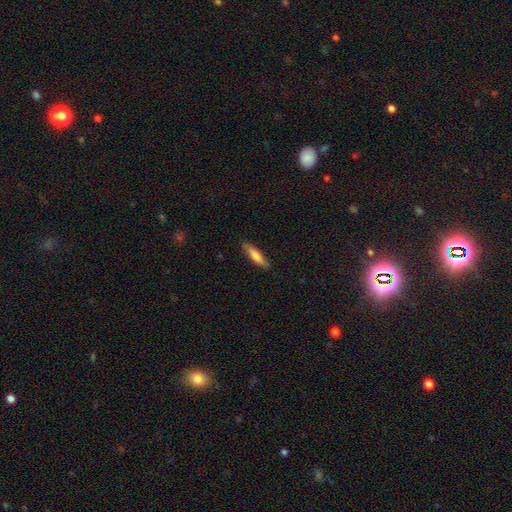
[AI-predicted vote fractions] Smooth or featured: smooth — 73% (featured or disk — 21%)
How rounded: cigar-shaped — 77% (in between — 21%)
Merging: none — 86% (minor disturbance — 11%)